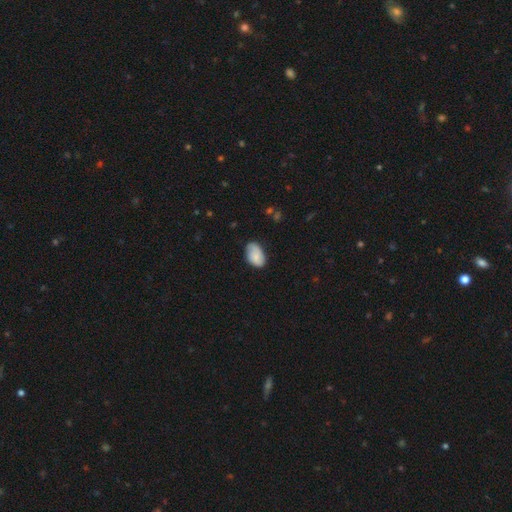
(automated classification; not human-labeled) smooth 79%, featured or disk 14%, star or artifact 7%. Down the decision tree: how rounded — in between (91%); merging — none (66%).